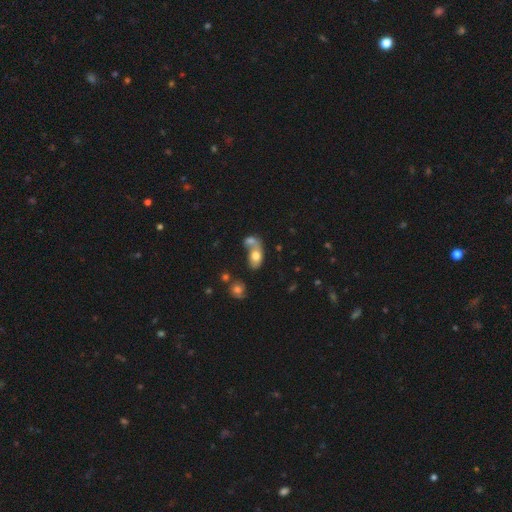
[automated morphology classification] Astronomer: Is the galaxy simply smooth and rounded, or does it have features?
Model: smooth — 69%.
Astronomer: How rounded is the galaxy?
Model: in between — 82%.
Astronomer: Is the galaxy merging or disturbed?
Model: merger — 64%.